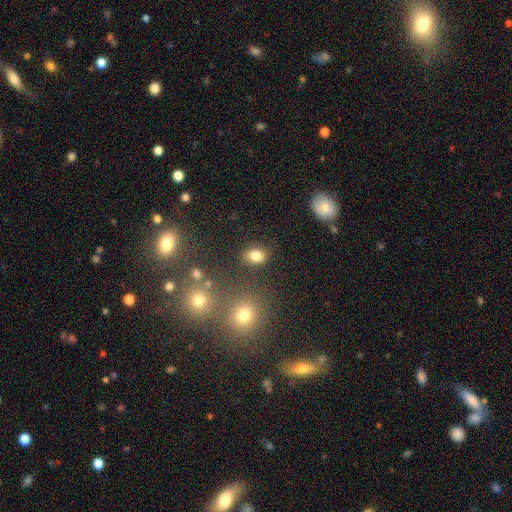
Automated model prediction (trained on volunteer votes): Smooth or featured?
  - smooth: 81% *
  - star or artifact: 12%
  - featured or disk: 7%
How rounded?
  - in between: 66% *
  - round: 32%
  - cigar-shaped: 1%
Merging?
  - none: 79% *
  - minor disturbance: 12%
  - merger: 5%
  - major disturbance: 4%